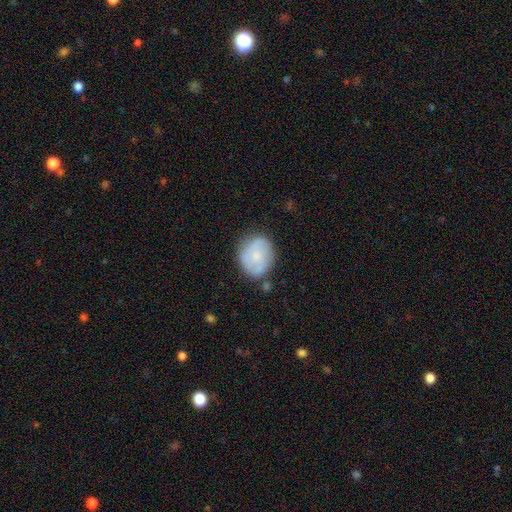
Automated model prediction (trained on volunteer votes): A smooth galaxy with no disk features (53%) that is round (58%). Merging: none (68%).